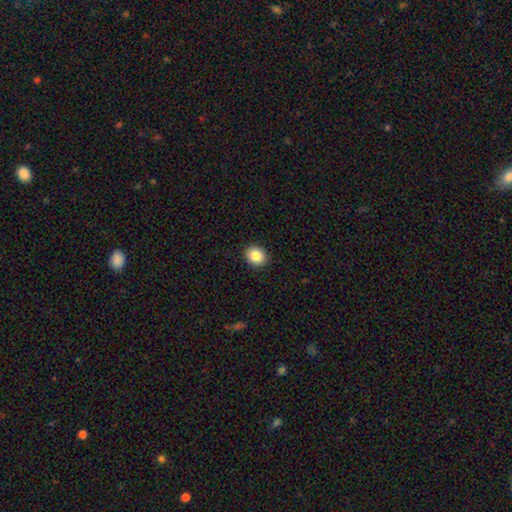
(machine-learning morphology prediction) smooth 86%, star or artifact 9%, featured or disk 5%. Down the decision tree: how rounded — round (77%); merging — none (91%).